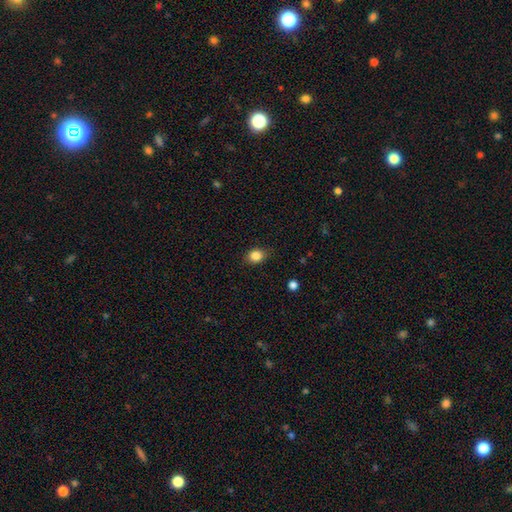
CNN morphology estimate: Smooth or featured?
  - smooth: 85% *
  - star or artifact: 10%
  - featured or disk: 5%
How rounded?
  - round: 56% *
  - in between: 43%
  - cigar-shaped: 1%
Merging?
  - none: 82% *
  - minor disturbance: 14%
  - major disturbance: 3%
  - merger: 1%